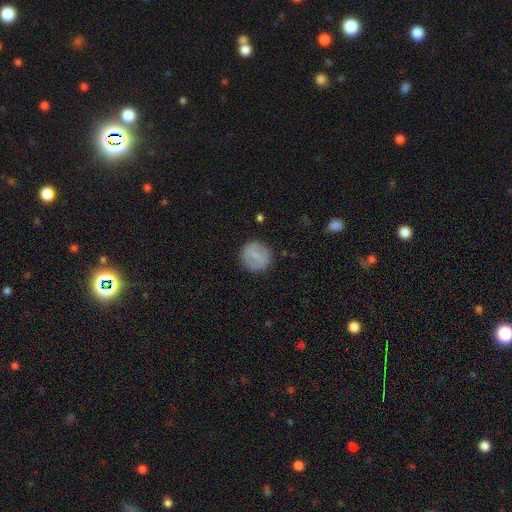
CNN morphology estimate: The model was most divided on "smooth or featured": smooth: 66%, featured or disk: 26%, star or artifact: 8%. More confident: how rounded — round (90%); merging — none (87%).